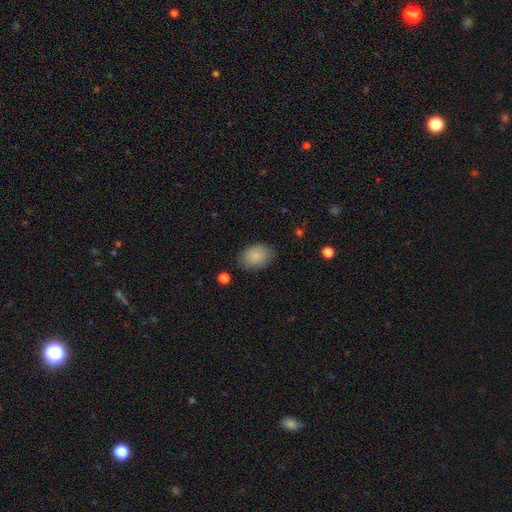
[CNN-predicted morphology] This appears to be a smooth galaxy with no disk features (87%) that is in between round and cigar-shaped (74%). Merging: none (82%).